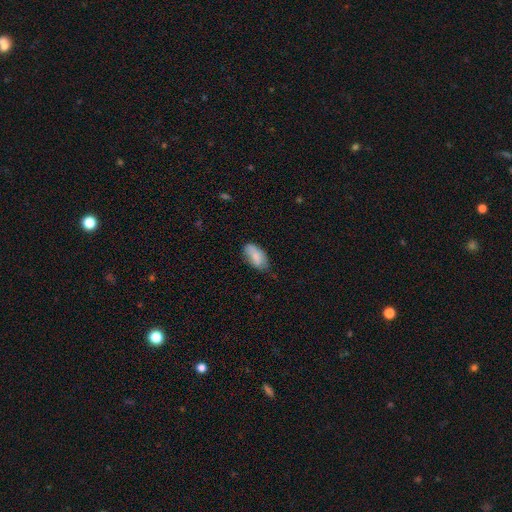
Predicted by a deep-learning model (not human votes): smooth_or_featured: smooth (p=0.82) [alt: featured or disk p=0.11]
how_rounded: in between (p=0.92) [alt: cigar-shaped p=0.06]
merging: none (p=0.60) [alt: minor disturbance p=0.32]